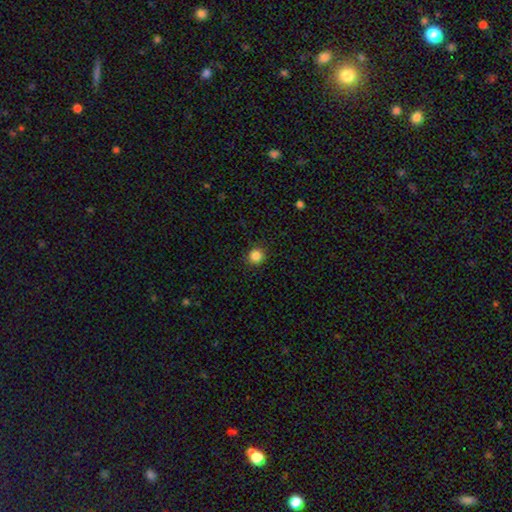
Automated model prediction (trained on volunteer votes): Smooth or featured? smooth (86%)
How rounded? round (93%)
Merging? none (91%)